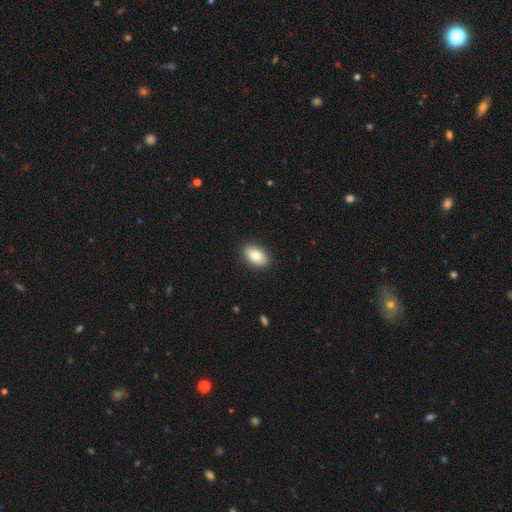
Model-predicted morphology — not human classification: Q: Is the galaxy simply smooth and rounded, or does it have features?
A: smooth — 82%.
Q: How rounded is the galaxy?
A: in between — 91%.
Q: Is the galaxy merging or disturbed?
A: none — 89%.